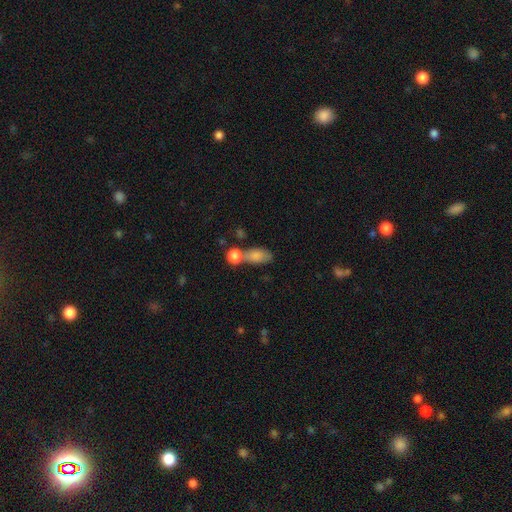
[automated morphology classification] A smooth galaxy with no disk features (81%) that is in between round and cigar-shaped (83%). Merging: none (42%).